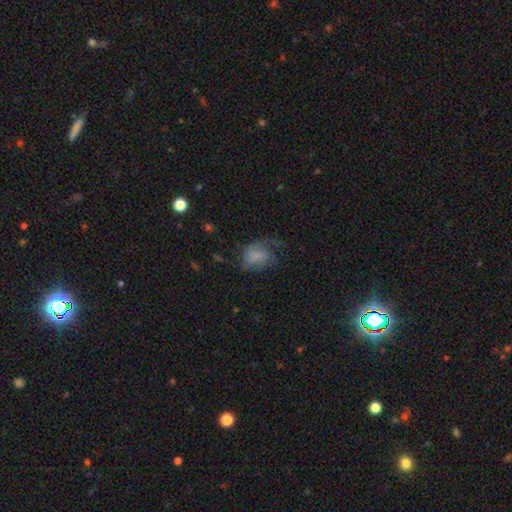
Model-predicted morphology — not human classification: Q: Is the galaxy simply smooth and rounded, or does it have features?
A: smooth — 55%.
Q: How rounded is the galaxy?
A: in between — 69%.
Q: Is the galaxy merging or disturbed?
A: major disturbance — 40%.